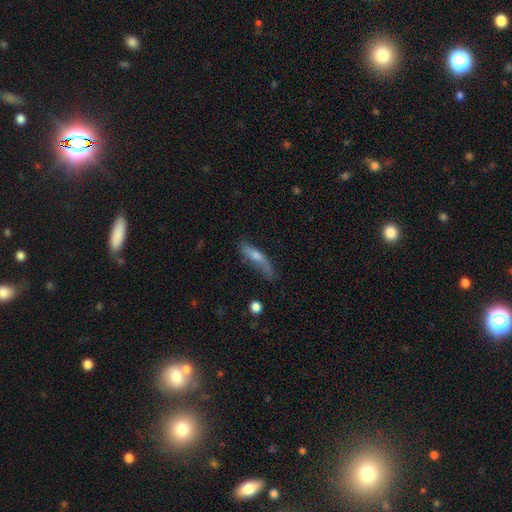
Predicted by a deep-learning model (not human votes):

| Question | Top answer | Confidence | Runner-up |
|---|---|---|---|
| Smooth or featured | smooth | 58% | featured or disk (34%) |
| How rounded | cigar-shaped | 75% | in between (23%) |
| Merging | none | 60% | minor disturbance (28%) |